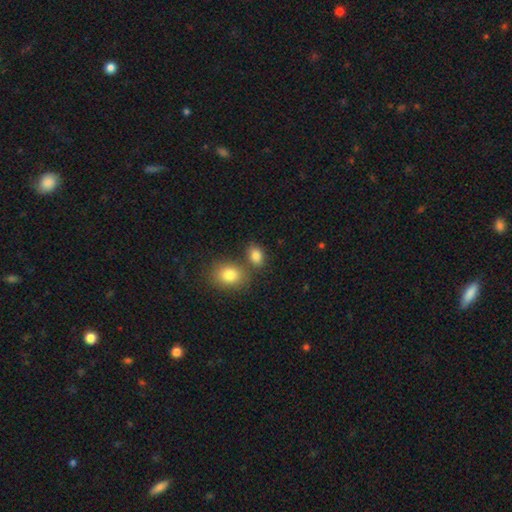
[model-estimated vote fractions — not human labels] Smooth or featured?
  - smooth: 84% *
  - star or artifact: 10%
  - featured or disk: 6%
How rounded?
  - in between: 74% *
  - round: 24%
  - cigar-shaped: 1%
Merging?
  - none: 60% *
  - merger: 24%
  - minor disturbance: 12%
  - major disturbance: 4%